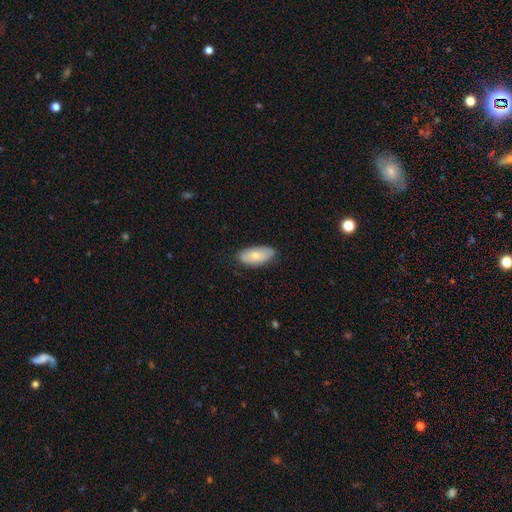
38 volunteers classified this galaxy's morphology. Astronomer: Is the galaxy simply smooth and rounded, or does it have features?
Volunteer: smooth — 71%.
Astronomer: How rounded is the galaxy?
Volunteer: in between — 93%.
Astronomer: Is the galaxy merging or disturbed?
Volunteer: none — 74%.